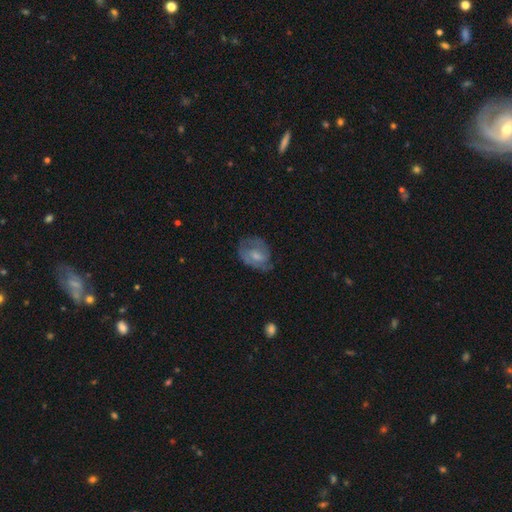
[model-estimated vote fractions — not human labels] This appears to be a featured or disk galaxy (50%). Merging: none (54%).